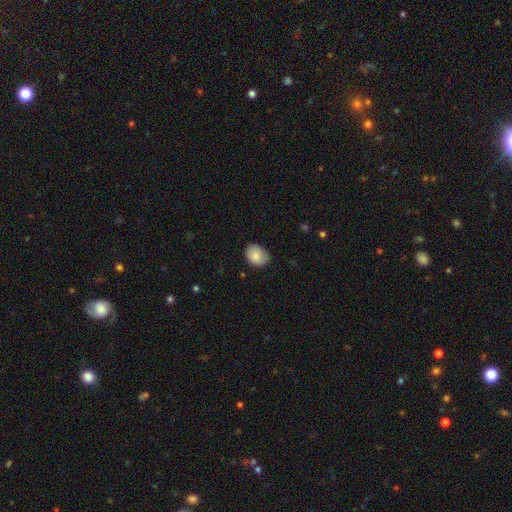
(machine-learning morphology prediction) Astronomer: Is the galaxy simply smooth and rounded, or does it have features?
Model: smooth — 85%.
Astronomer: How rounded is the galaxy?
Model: in between — 56% (runner-up: round, 43%).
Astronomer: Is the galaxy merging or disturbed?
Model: none — 74%.